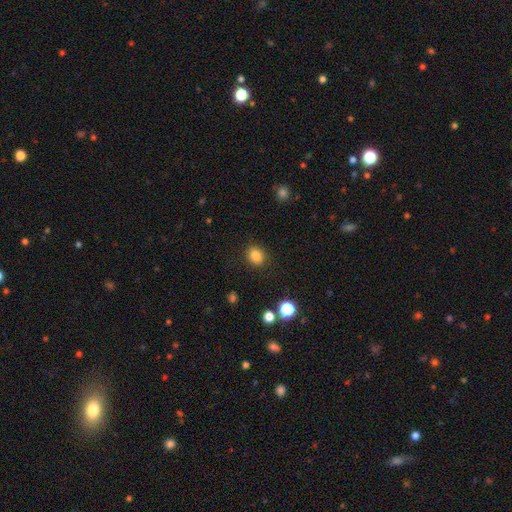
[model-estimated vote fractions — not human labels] Smooth or featured: smooth — 84% (star or artifact — 12%)
How rounded: round — 70% (in between — 29%)
Merging: none — 88% (minor disturbance — 8%)